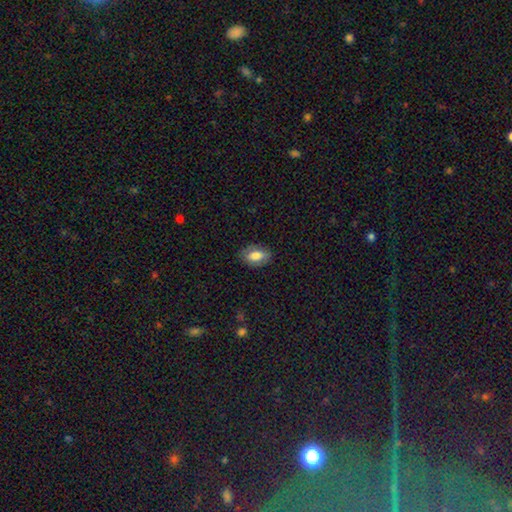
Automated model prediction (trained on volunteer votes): smooth 76%, featured or disk 16%, star or artifact 8%. Down the decision tree: how rounded — in between (88%); merging — none (81%).